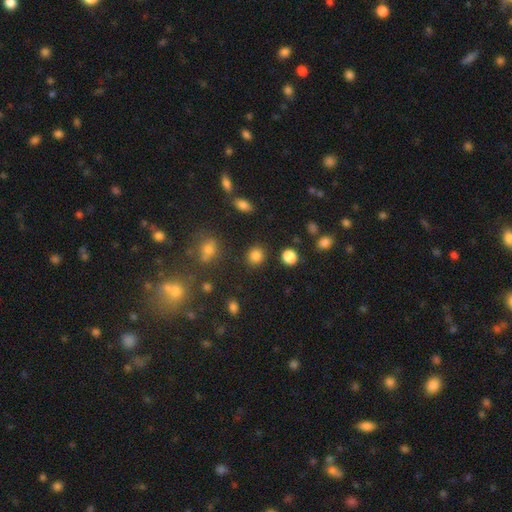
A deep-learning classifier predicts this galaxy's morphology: The model was most divided on "how rounded": round: 84%, in between: 15%, cigar-shaped: 1%. More confident: merging — none (87%); smooth or featured — smooth (83%).